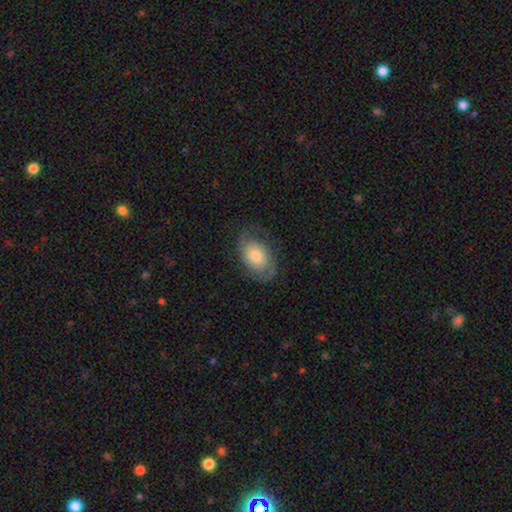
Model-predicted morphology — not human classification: Q: Smooth or featured?
A: featured or disk (70%); runner-up: smooth (22%)
Q: Edge-on disk?
A: no (96%); runner-up: yes (4%)
Q: Bar?
A: no (73%); runner-up: weak (22%)
Q: Spiral arms?
A: yes (91%); runner-up: no (9%)
Q: Spiral winding?
A: medium (42%); runner-up: tight (41%)
Q: Spiral arm count?
A: 2 (87%); runner-up: can't tell (7%)
Q: Bulge size?
A: moderate (57%); runner-up: small (22%)
Q: Merging?
A: none (77%); runner-up: minor disturbance (15%)